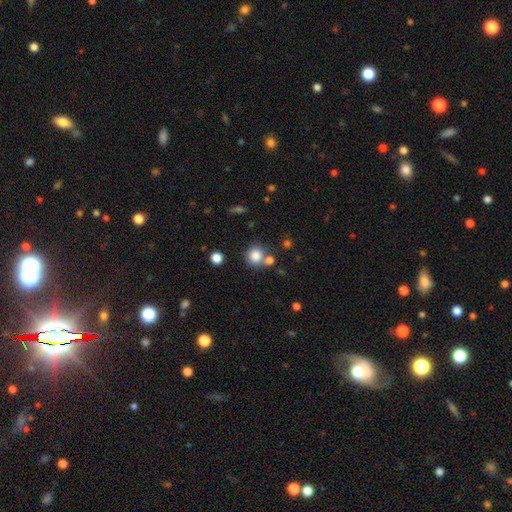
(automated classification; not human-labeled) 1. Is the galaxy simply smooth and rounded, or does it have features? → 82% smooth, 11% star or artifact, 7% featured or disk.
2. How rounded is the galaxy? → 88% round, 11% in between, 1% cigar-shaped.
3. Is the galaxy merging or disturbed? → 64% none, 22% merger, 10% minor disturbance, 4% major disturbance.